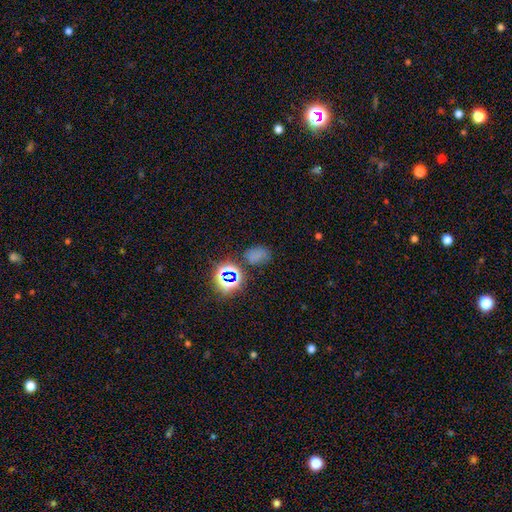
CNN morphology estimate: Smooth or featured? Predicted: smooth (p=0.55). How rounded? Predicted: in between (p=0.72). Merging? Predicted: none (p=0.66).